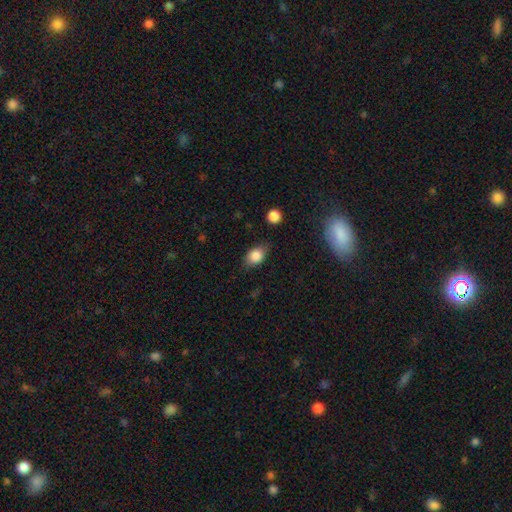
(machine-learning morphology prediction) smooth_or_featured: smooth (p=0.82) [alt: featured or disk p=0.09]
how_rounded: in between (p=0.72) [alt: round p=0.26]
merging: none (p=0.72) [alt: minor disturbance p=0.20]